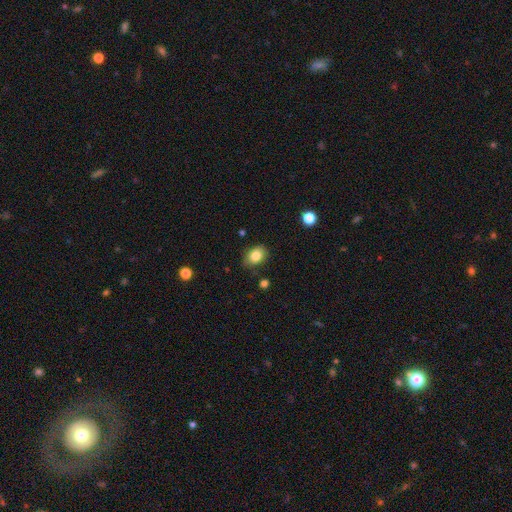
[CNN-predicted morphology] The model was most divided on "how rounded": in between: 70%, round: 29%, cigar-shaped: 1%. More confident: smooth or featured — smooth (84%); merging — none (79%).